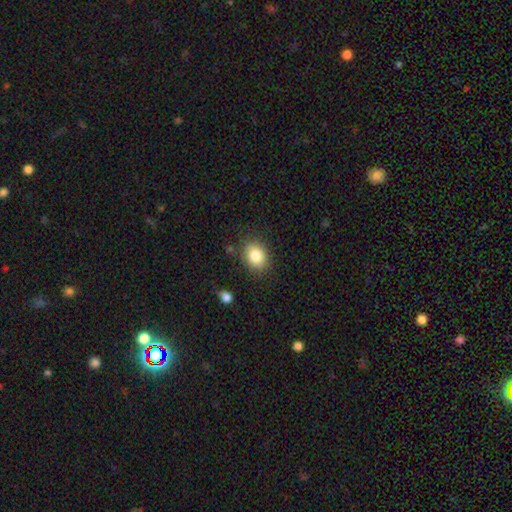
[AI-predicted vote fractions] Smooth or featured?
  - smooth: 84% *
  - star or artifact: 9%
  - featured or disk: 7%
How rounded?
  - in between: 54% *
  - round: 45%
  - cigar-shaped: 1%
Merging?
  - none: 83% *
  - minor disturbance: 12%
  - major disturbance: 3%
  - merger: 2%